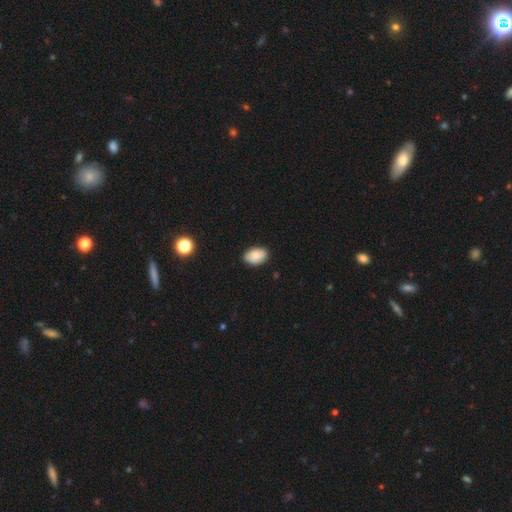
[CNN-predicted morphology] This is clearly a smooth galaxy (81%). How rounded: clearly in between (88%). Merging: clearly none (83%).